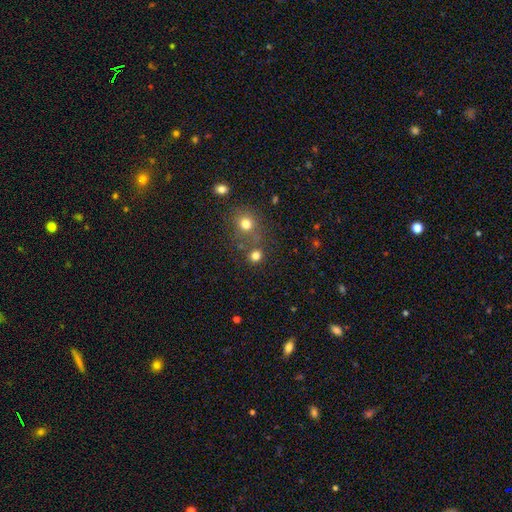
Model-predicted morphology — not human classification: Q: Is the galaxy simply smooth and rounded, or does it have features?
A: smooth — 77%.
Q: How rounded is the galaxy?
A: round — 89%.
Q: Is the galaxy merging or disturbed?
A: none — 72%.